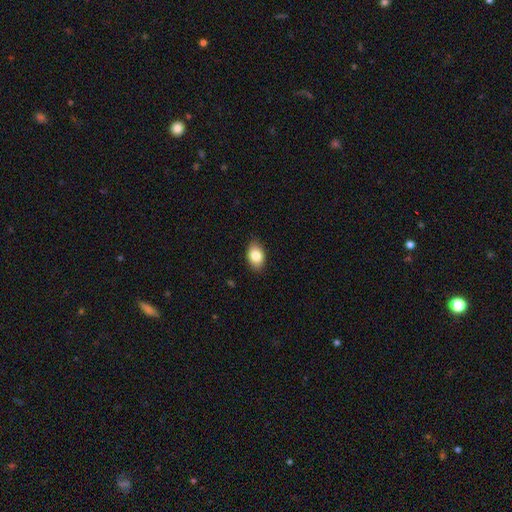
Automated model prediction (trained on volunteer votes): This is clearly a smooth galaxy (85%). How rounded: clearly in between (87%). Merging: clearly none (85%).